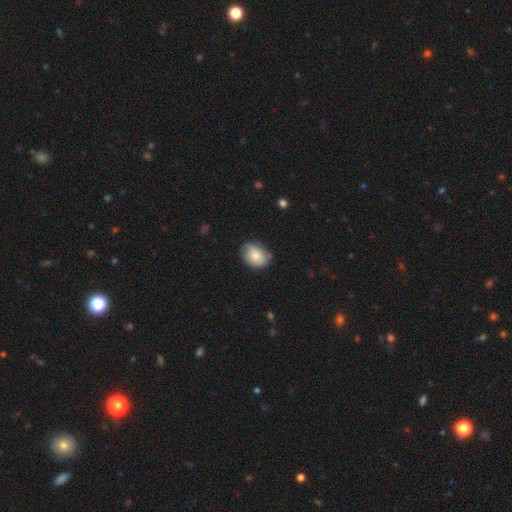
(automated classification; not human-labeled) A smooth galaxy with no disk features (75%) that is in between round and cigar-shaped (62%).

Vote fractions:
- Smooth or featured? smooth: 75% / featured or disk: 17% / star or artifact: 7%
- How rounded? in between: 62% / round: 37% / cigar-shaped: 1%
- Merging? none: 65% / minor disturbance: 28% / major disturbance: 6% / merger: 1%